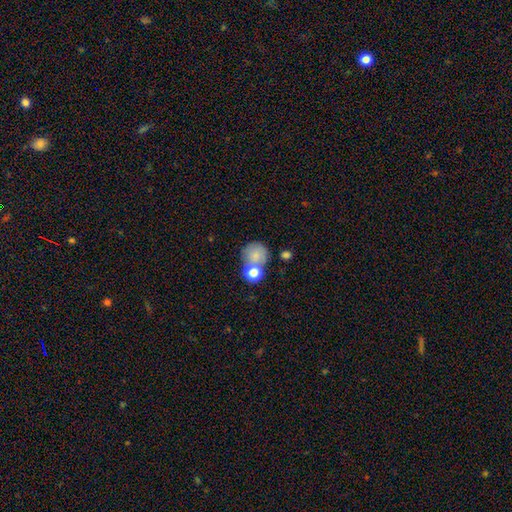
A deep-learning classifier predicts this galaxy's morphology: Smooth or featured? Predicted: smooth (p=0.77). How rounded? Predicted: round (p=0.82). Merging? Predicted: none (p=0.42).